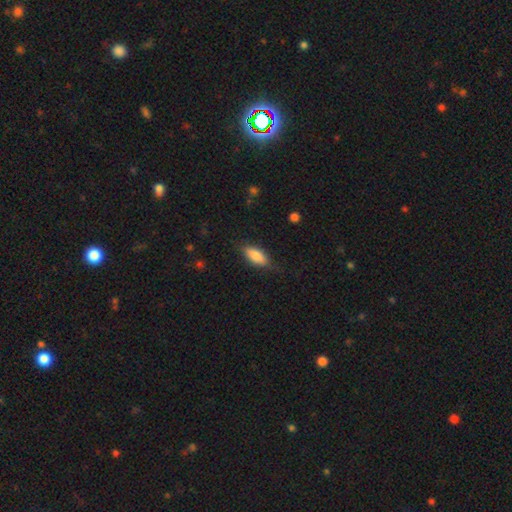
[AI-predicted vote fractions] smooth-or-featured: smooth: 81% | featured or disk: 12% | star or artifact: 6%
  how-rounded: in between: 79% | cigar-shaped: 19% | round: 2%
  merging: none: 74% | minor disturbance: 19% | major disturbance: 5% | merger: 1%